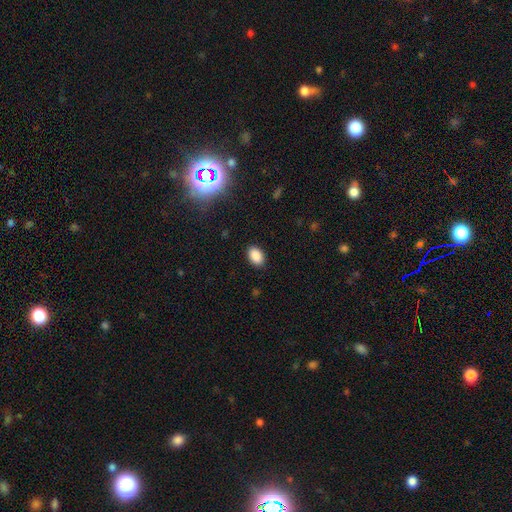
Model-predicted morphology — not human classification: type=smooth (88%); roundness=in between (85%); merging=none (88%).